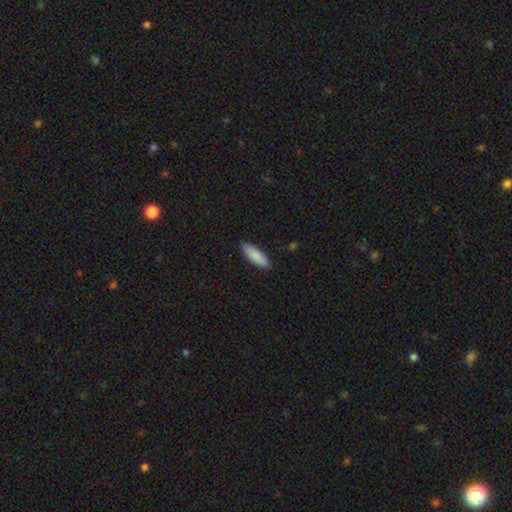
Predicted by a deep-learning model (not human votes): Smooth or featured: smooth — 88% (featured or disk — 7%)
How rounded: in between — 58% (cigar-shaped — 41%)
Merging: none — 86% (minor disturbance — 11%)